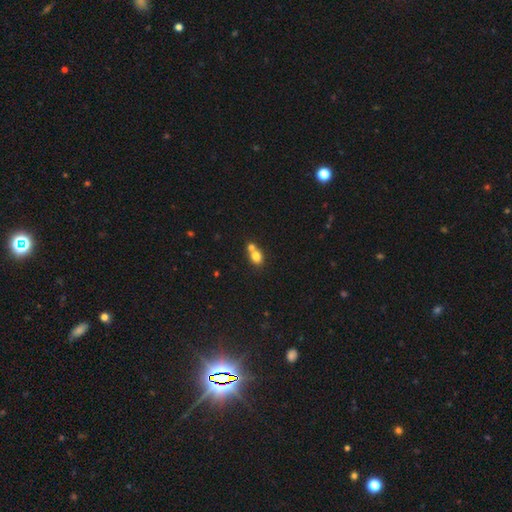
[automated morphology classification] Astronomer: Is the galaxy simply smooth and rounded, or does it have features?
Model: smooth — 77%.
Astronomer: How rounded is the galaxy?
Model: round — 57% (runner-up: in between, 42%).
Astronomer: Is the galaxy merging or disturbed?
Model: merger — 54% (runner-up: none, 36%).